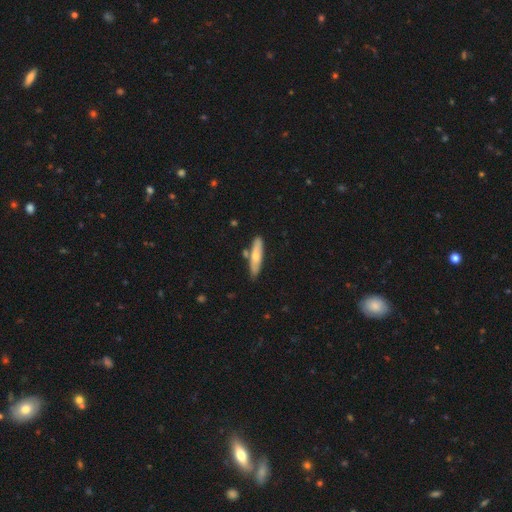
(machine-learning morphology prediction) smooth_or_featured: smooth (p=0.62) [alt: featured or disk p=0.33]
how_rounded: cigar-shaped (p=0.76) [alt: in between p=0.22]
merging: none (p=0.76) [alt: minor disturbance p=0.14]